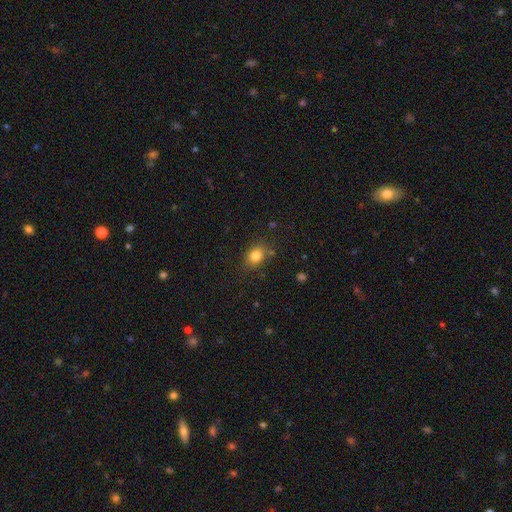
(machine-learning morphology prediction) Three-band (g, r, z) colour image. It shows a smooth galaxy with no disk features (81%) that is in between round and cigar-shaped (52%). Merging: none (77%).